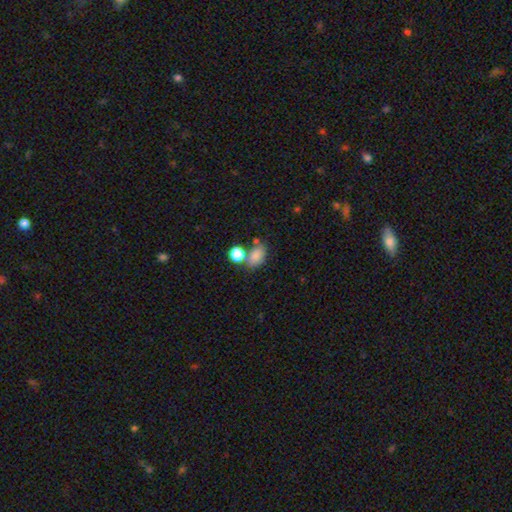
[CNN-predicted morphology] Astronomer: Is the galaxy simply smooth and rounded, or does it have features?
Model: smooth — 82%.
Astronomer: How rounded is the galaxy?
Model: in between — 78%.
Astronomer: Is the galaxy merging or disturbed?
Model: none — 52% (runner-up: merger, 28%).